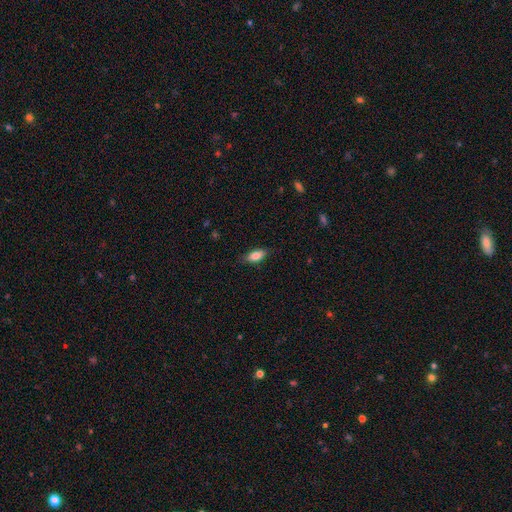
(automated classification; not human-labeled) A smooth galaxy with no disk features (83%) that is in between round and cigar-shaped (84%).

Vote fractions:
- Smooth or featured? smooth: 83% / featured or disk: 10% / star or artifact: 7%
- How rounded? in between: 84% / cigar-shaped: 12% / round: 4%
- Merging? none: 81% / minor disturbance: 15% / major disturbance: 3% / merger: 1%